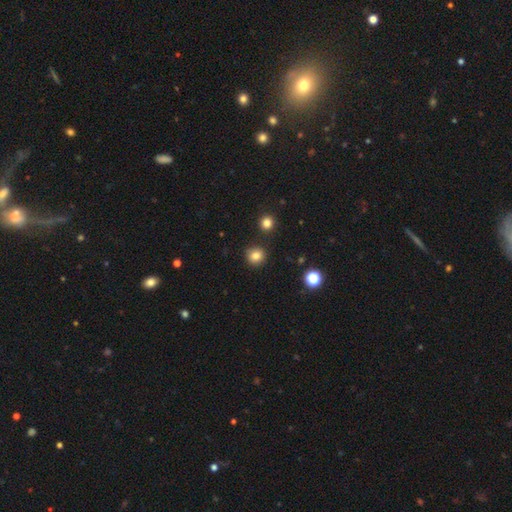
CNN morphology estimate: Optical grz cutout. It shows a smooth galaxy with no disk features (82%) that is round (92%). Merging: none (89%).